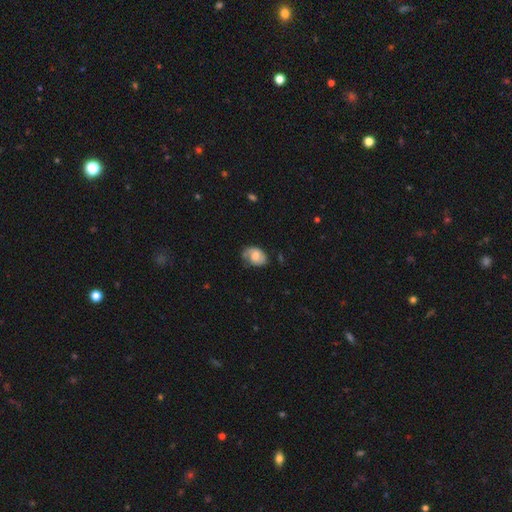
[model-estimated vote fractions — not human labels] Smooth or featured?
  - featured or disk: 55% *
  - smooth: 38%
  - star or artifact: 8%
Edge-on disk?
  - no: 97% *
  - yes: 3%
Bar?
  - no: 57% *
  - weak: 35%
  - strong: 7%
Spiral arms?
  - yes: 86% *
  - no: 14%
Bulge size?
  - moderate: 31% *
  - large: 25%
  - small: 21%
  - none: 20%
  - dominant: 3%
Merging?
  - none: 60% *
  - minor disturbance: 27%
  - major disturbance: 12%
  - merger: 2%